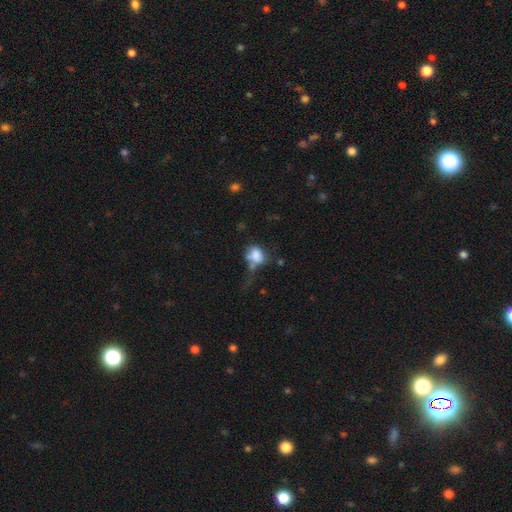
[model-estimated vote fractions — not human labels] The model was most divided on "merging": major disturbance: 32%, none: 24%, merger: 23%, minor disturbance: 21%. More confident: smooth or featured — smooth (73%); how rounded — in between (66%).